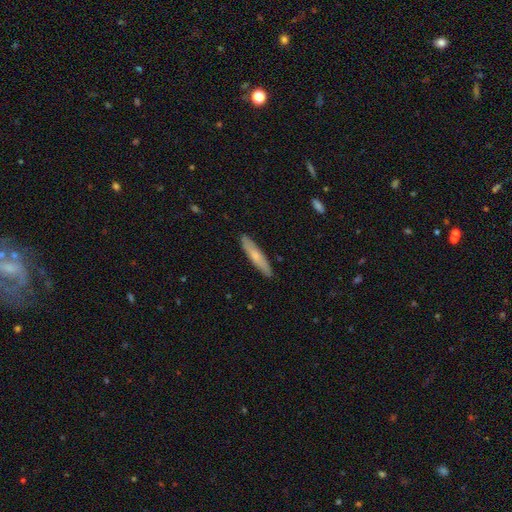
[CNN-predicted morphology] Q: Smooth or featured?
A: smooth (66%); runner-up: featured or disk (29%)
Q: How rounded?
A: cigar-shaped (88%); runner-up: in between (10%)
Q: Merging?
A: none (89%); runner-up: minor disturbance (8%)